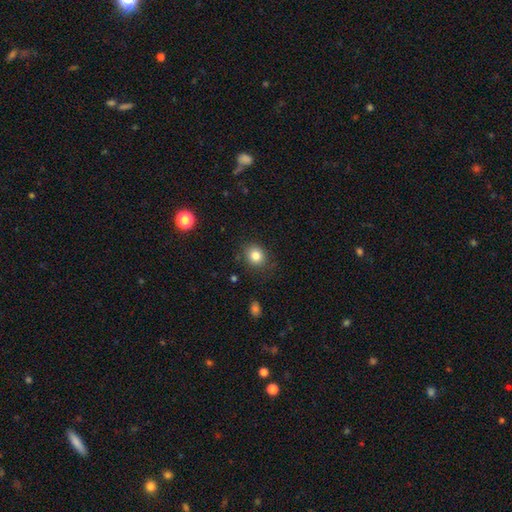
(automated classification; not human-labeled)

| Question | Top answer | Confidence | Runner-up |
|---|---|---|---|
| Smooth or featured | smooth | 82% | star or artifact (11%) |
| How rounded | round | 70% | in between (30%) |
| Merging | none | 84% | minor disturbance (11%) |